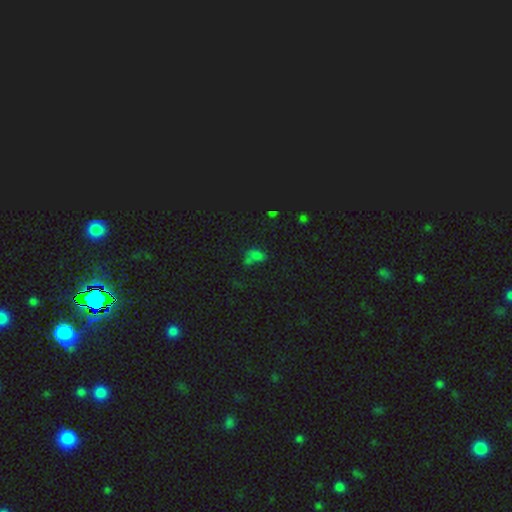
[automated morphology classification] Smooth or featured? smooth (52%)
How rounded? in between (75%)
Merging? none (32%)